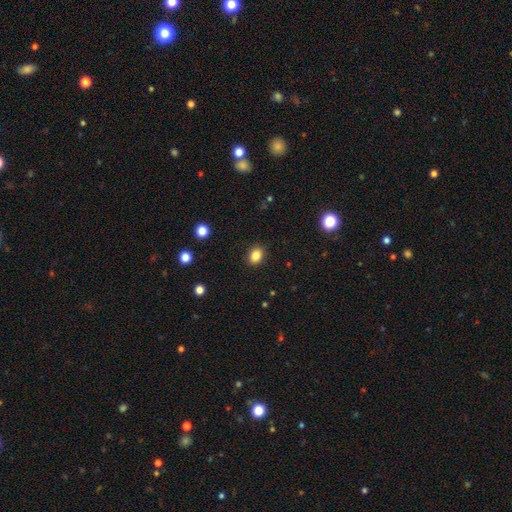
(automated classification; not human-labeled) This appears to be a smooth galaxy with no disk features (85%) that is in between round and cigar-shaped (54%). Merging: none (90%).